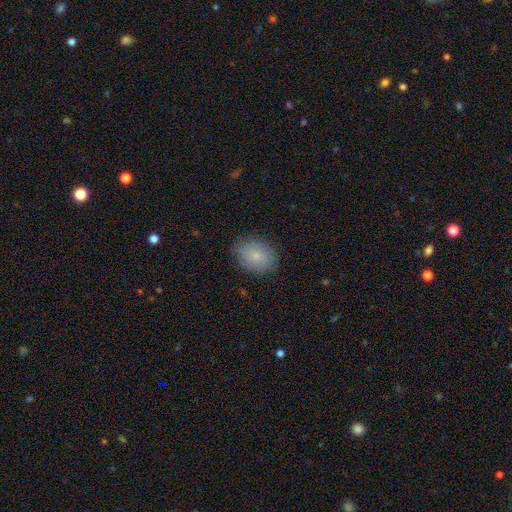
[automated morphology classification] smooth 83%, featured or disk 10%, star or artifact 8%. Down the decision tree: how rounded — in between (66%); merging — none (84%).